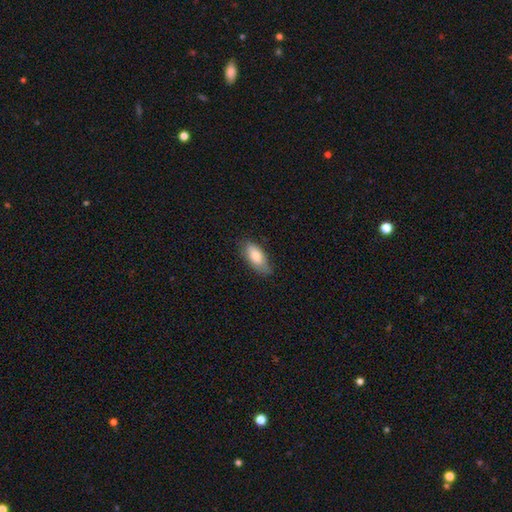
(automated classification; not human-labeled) Q: Smooth or featured?
A: smooth (79%); runner-up: featured or disk (15%)
Q: How rounded?
A: in between (85%); runner-up: cigar-shaped (13%)
Q: Merging?
A: none (75%); runner-up: minor disturbance (21%)